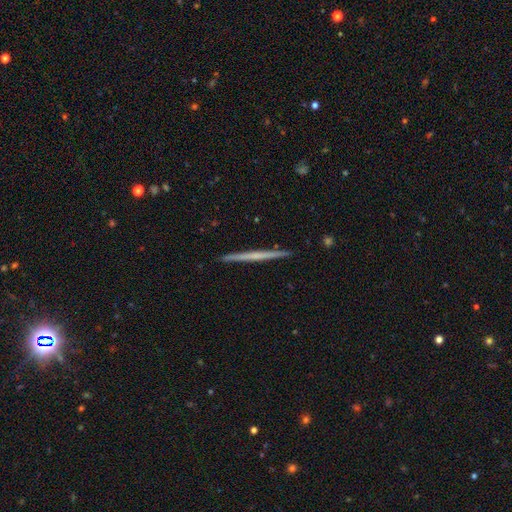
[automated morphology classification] Smooth or featured? featured or disk (61%)
Edge-on disk? yes (98%)
Edge-on bulge? none (78%)
Merging? none (93%)